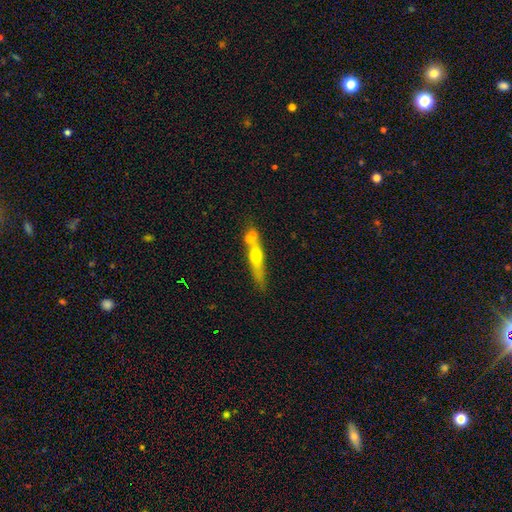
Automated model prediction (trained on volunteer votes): A smooth galaxy with no disk features (46%, tied with featured or disk). Merging: none (54%).